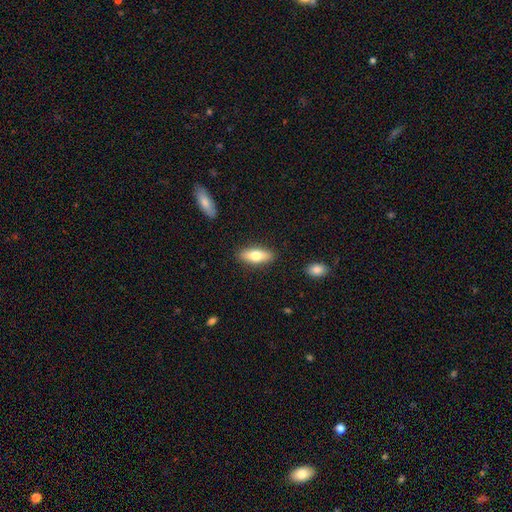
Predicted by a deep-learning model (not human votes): This appears to be a smooth galaxy with no disk features (70%) that is in between round and cigar-shaped (70%). Merging: none (88%).